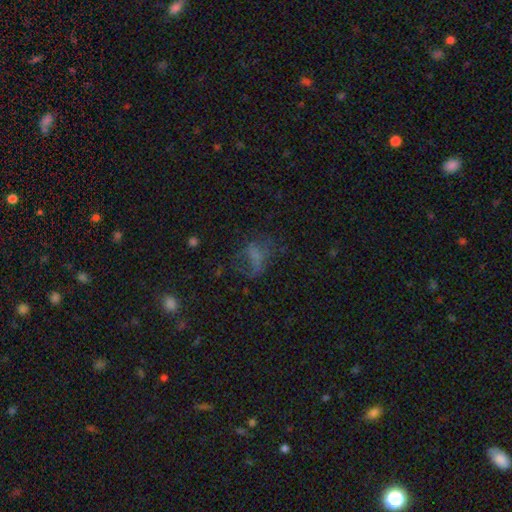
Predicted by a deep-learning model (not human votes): Morphology: type=smooth (45%); merging=major disturbance (41%).